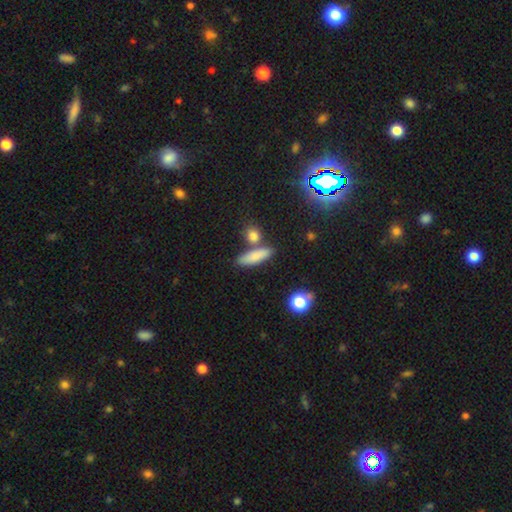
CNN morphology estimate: Q: Smooth or featured?
A: smooth (79%); runner-up: featured or disk (12%)
Q: How rounded?
A: cigar-shaped (51%); runner-up: in between (43%)
Q: Merging?
A: none (71%); runner-up: merger (14%)